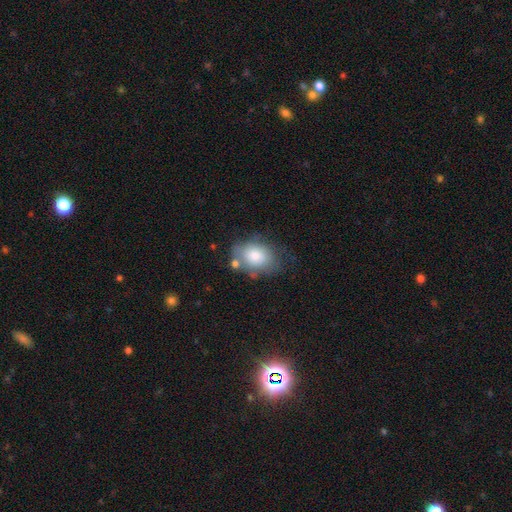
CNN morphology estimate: A smooth galaxy with no disk features (76%) that is in between round and cigar-shaped (77%). Merging: none (52%).